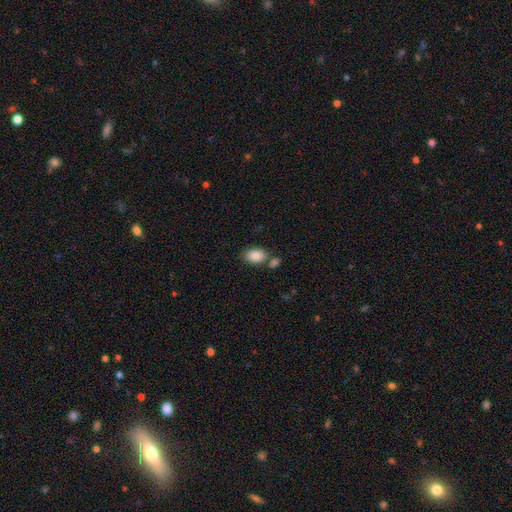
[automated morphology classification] Smooth or featured: smooth — 87% (star or artifact — 7%)
How rounded: in between — 86% (round — 13%)
Merging: none — 66% (merger — 17%)